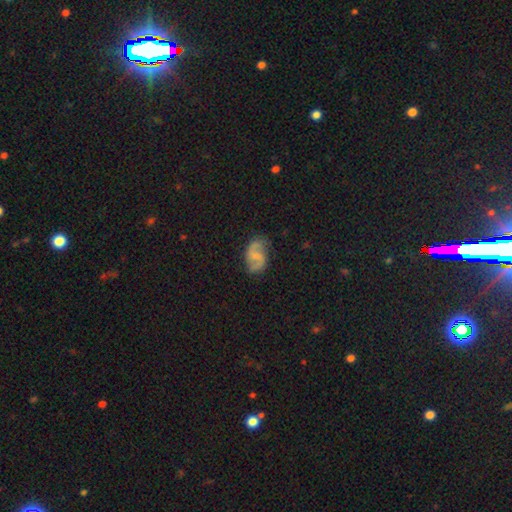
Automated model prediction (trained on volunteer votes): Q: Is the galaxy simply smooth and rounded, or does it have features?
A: featured or disk — 73%.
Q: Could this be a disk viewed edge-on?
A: no — 98%.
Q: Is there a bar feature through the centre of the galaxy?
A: weak — 52%.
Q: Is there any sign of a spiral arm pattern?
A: yes — 93%.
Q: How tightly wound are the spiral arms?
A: medium — 45%.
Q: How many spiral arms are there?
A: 2 — 91%.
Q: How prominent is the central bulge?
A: none — 51%.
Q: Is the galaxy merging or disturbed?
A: none — 75%.